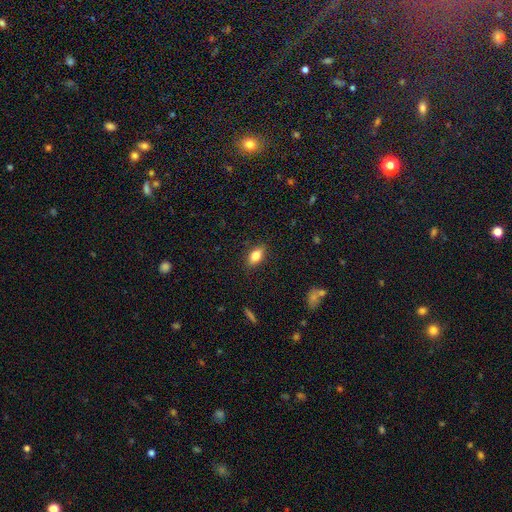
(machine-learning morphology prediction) Smooth or featured? smooth (80%)
How rounded? in between (86%)
Merging? none (86%)